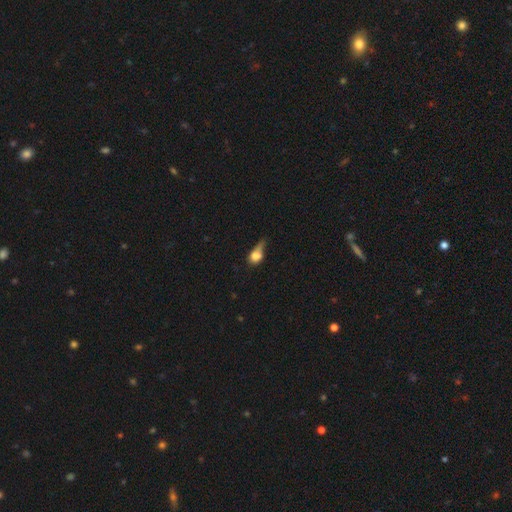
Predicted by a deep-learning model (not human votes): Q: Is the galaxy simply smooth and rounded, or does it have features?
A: smooth — 70%.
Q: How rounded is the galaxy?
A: in between — 54%.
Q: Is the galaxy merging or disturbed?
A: major disturbance — 37%.